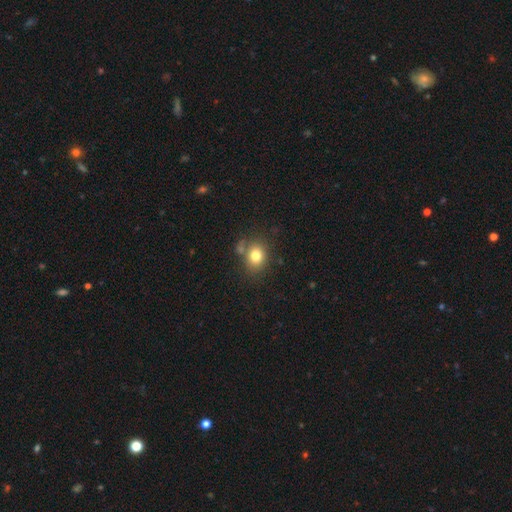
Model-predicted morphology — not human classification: Overall: smooth (79%). How rounded: round (65%; in between 35%). Merging: none (70%).